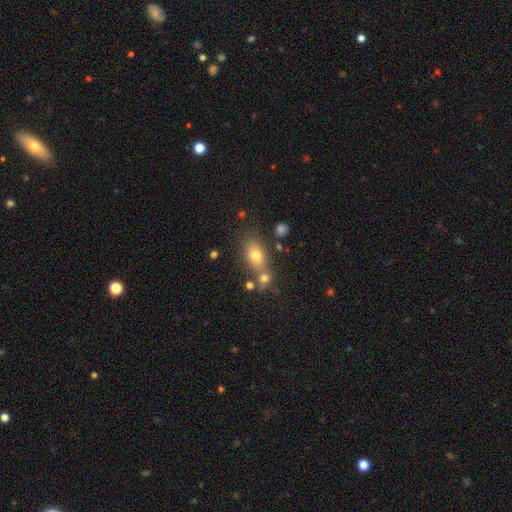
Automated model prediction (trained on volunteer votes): smooth 73%, featured or disk 15%, star or artifact 12%. Down the decision tree: how rounded — in between (75%); merging — none (52%).